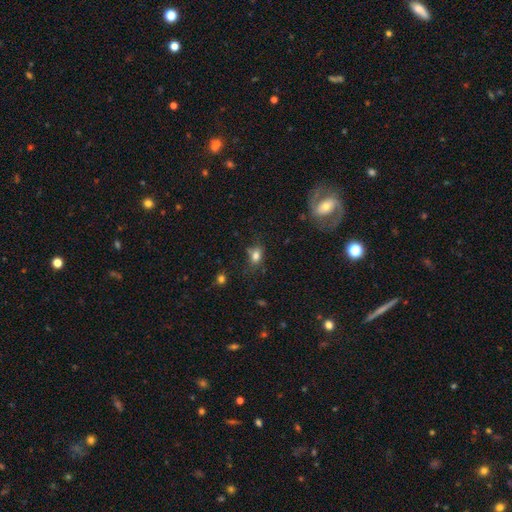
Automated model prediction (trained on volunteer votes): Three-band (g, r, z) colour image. It shows a smooth galaxy with no disk features (77%) that is in between round and cigar-shaped (72%). Merging: none (58%).